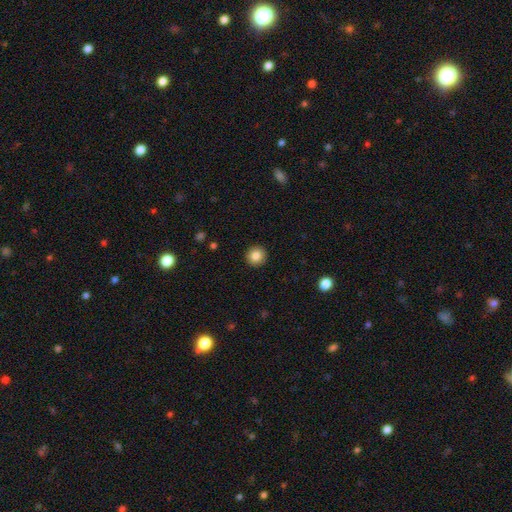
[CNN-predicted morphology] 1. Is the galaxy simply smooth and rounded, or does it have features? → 85% smooth, 9% star or artifact, 6% featured or disk.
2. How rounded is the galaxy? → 95% round, 4% in between, 1% cigar-shaped.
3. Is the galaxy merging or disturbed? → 93% none, 5% minor disturbance, 2% major disturbance, 1% merger.